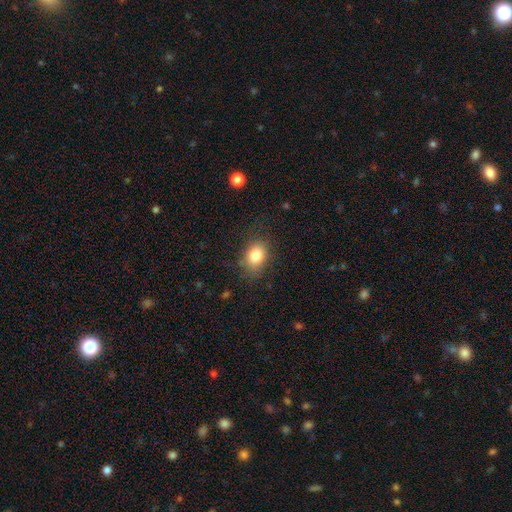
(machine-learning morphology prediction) Smooth or featured?
  - smooth: 83% *
  - star or artifact: 9%
  - featured or disk: 8%
How rounded?
  - in between: 64% *
  - round: 35%
  - cigar-shaped: 1%
Merging?
  - none: 77% *
  - minor disturbance: 16%
  - major disturbance: 6%
  - merger: 1%